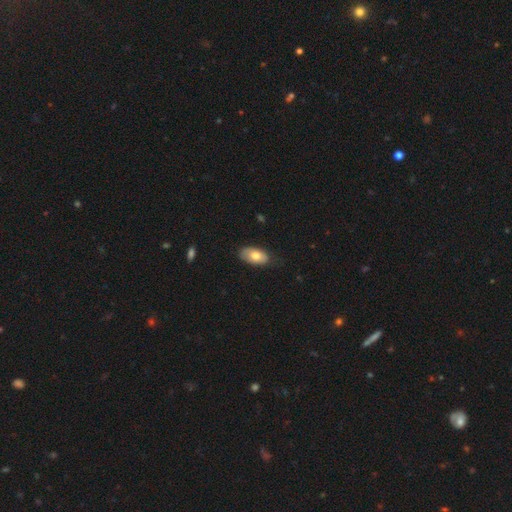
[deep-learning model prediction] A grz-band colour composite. It shows a smooth galaxy with no disk features (73%) that is in between round and cigar-shaped (93%). Merging: none (75%).